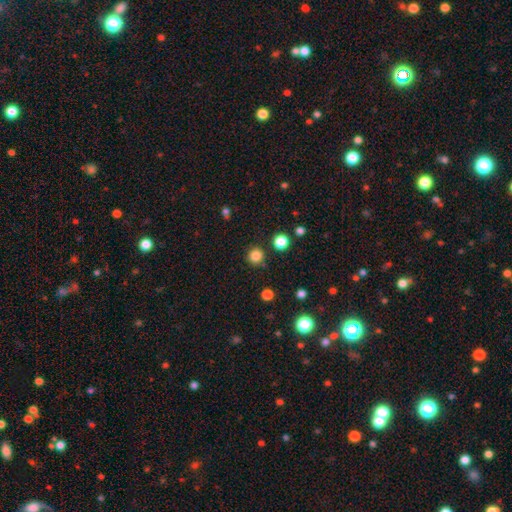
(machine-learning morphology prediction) smooth 84%, star or artifact 13%, featured or disk 4%. Down the decision tree: how rounded — round (94%); merging — none (87%).